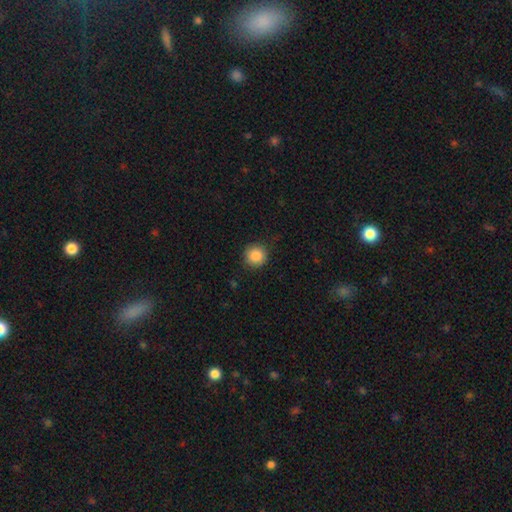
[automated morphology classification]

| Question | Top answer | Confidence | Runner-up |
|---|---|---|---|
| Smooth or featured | smooth | 87% | star or artifact (9%) |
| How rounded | round | 93% | in between (6%) |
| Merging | none | 86% | minor disturbance (10%) |